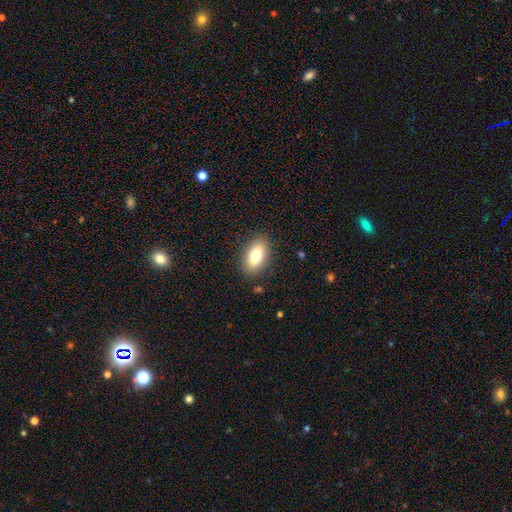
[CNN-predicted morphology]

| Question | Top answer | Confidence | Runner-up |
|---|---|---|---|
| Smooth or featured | smooth | 78% | featured or disk (14%) |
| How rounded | in between | 89% | round (6%) |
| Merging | none | 86% | minor disturbance (10%) |